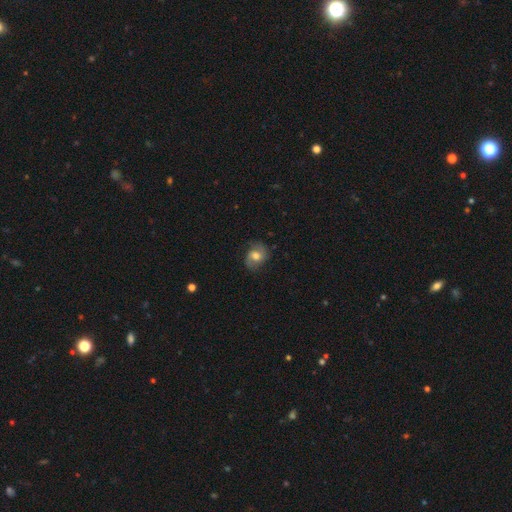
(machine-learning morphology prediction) This is possibly a smooth galaxy (52%). How rounded: possibly in between (54%). Merging: likely none (70%).